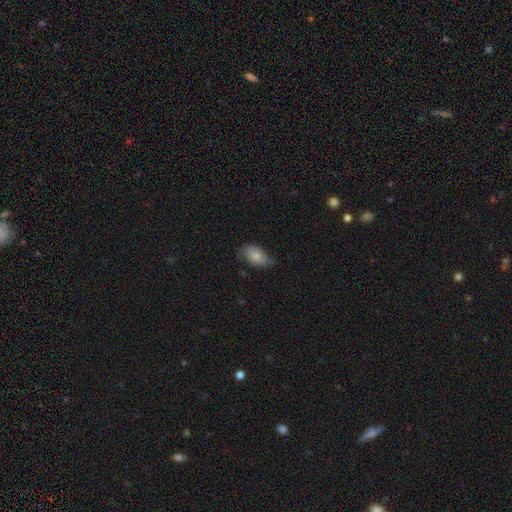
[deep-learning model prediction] Smooth or featured? smooth (76%)
How rounded? in between (92%)
Merging? none (59%)